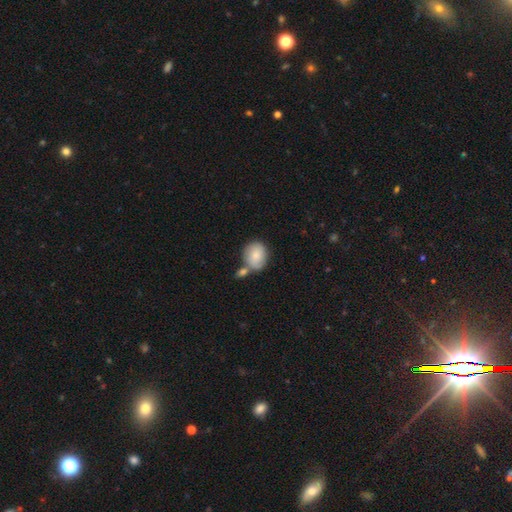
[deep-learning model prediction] A smooth galaxy with no disk features (77%) that is round (56%).

Vote fractions:
- Smooth or featured? smooth: 77% / featured or disk: 17% / star or artifact: 7%
- How rounded? round: 56% / in between: 42% / cigar-shaped: 1%
- Merging? none: 46% / merger: 31% / minor disturbance: 17% / major disturbance: 5%